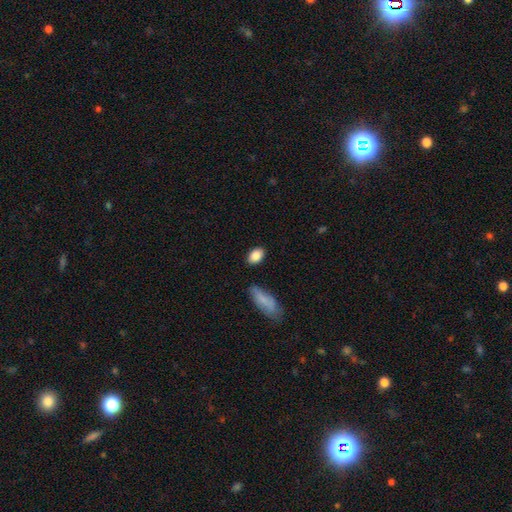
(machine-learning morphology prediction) A smooth galaxy with no disk features (86%) that is in between round and cigar-shaped (87%). Merging: none (84%).